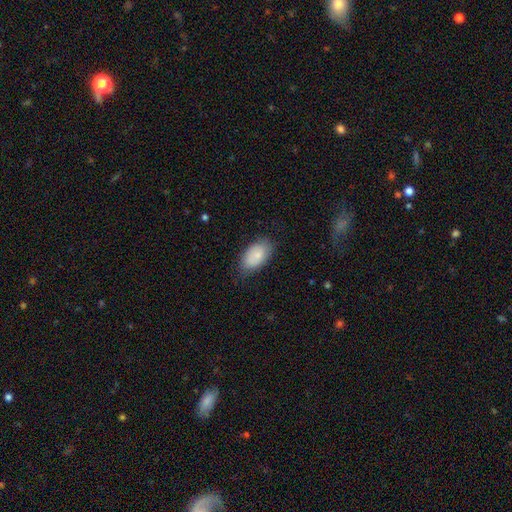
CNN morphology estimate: type=smooth (83%); roundness=in between (93%); merging=none (74%).